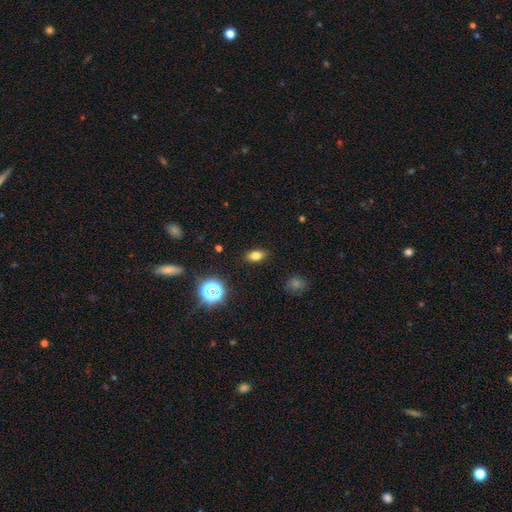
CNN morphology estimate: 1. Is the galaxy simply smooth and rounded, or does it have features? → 76% smooth, 15% star or artifact, 9% featured or disk.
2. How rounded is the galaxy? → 84% in between, 11% round, 6% cigar-shaped.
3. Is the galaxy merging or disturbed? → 88% none, 8% minor disturbance, 2% major disturbance, 1% merger.